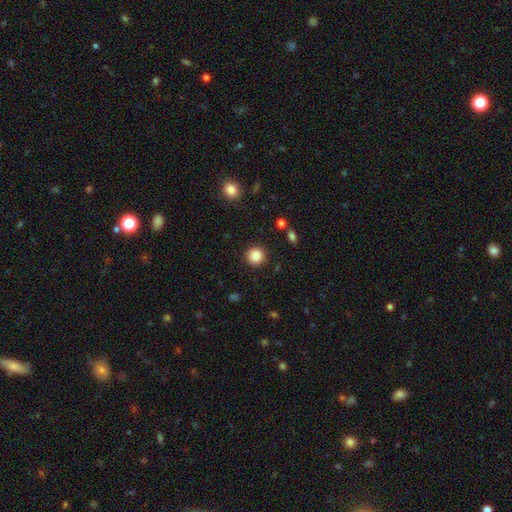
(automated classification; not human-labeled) Morphology: type=smooth (87%); roundness=round (93%); merging=none (90%).